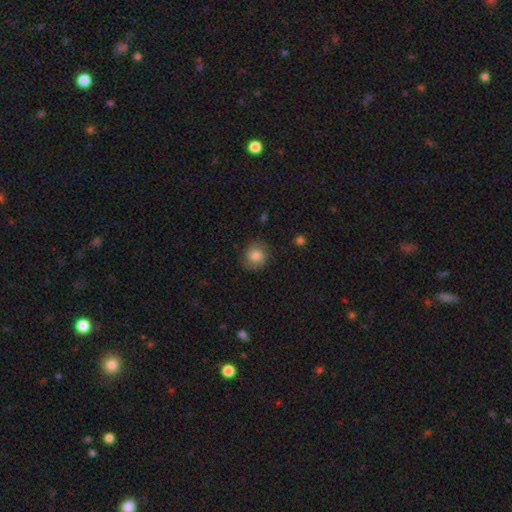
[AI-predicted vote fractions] Smooth or featured? smooth (74%)
How rounded? round (82%)
Merging? none (78%)